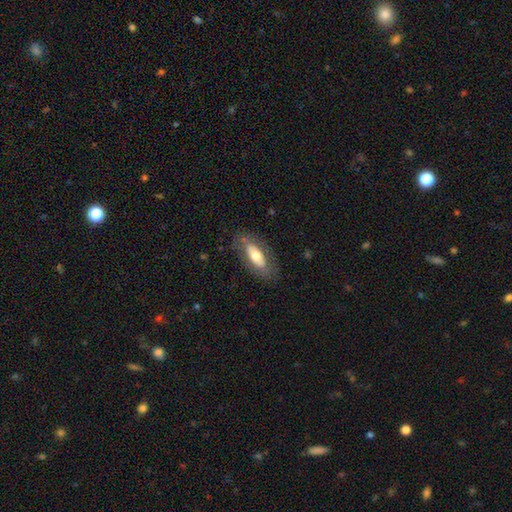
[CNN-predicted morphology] Smooth or featured? Predicted: smooth (p=0.57). How rounded? Predicted: in between (p=0.76). Merging? Predicted: none (p=0.78).